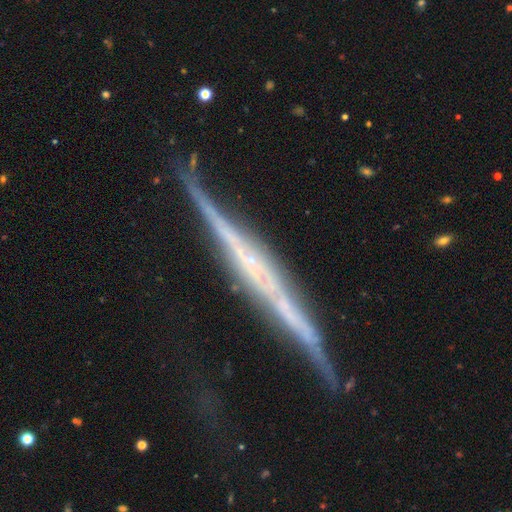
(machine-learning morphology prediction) Smooth or featured: featured or disk — 81% (smooth — 11%)
Edge-on disk: yes — 96% (no — 4%)
Edge-on bulge: none — 56% (rounded — 24%)
Merging: none — 80% (minor disturbance — 14%)